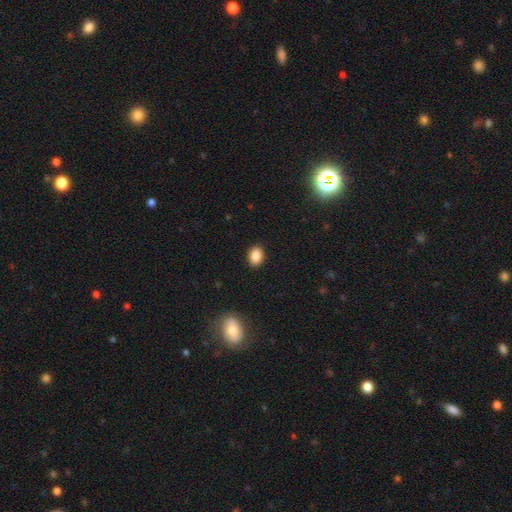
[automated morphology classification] Overall: smooth (87%). How rounded: in between (75%). Merging: none (90%).